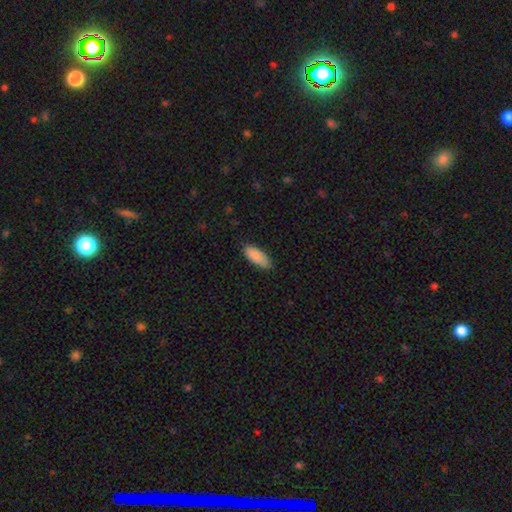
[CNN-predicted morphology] type=smooth (88%); roundness=in between (82%); merging=none (81%).